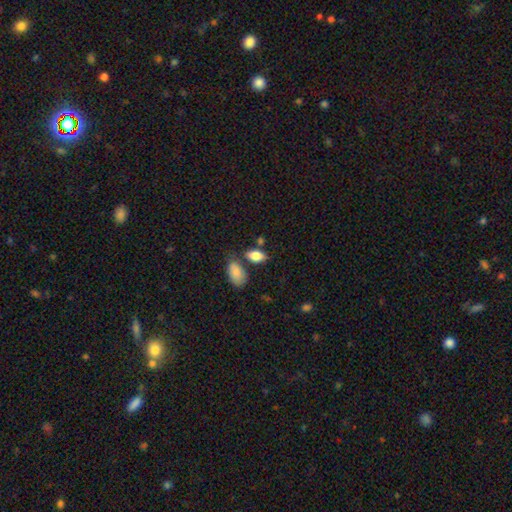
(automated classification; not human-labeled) Q: Smooth or featured?
A: smooth (78%); runner-up: featured or disk (14%)
Q: How rounded?
A: in between (88%); runner-up: cigar-shaped (6%)
Q: Merging?
A: none (67%); runner-up: minor disturbance (14%)